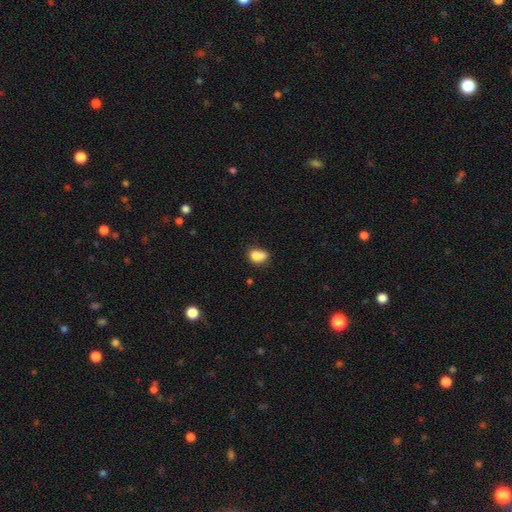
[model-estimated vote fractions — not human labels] Smooth or featured? smooth (81%)
How rounded? in between (70%)
Merging? none (45%)